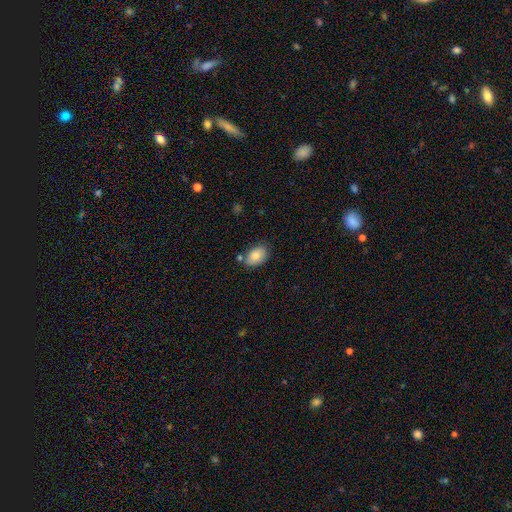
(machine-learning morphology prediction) Overall: smooth (82%). How rounded: in between (85%). Merging: none (67%).